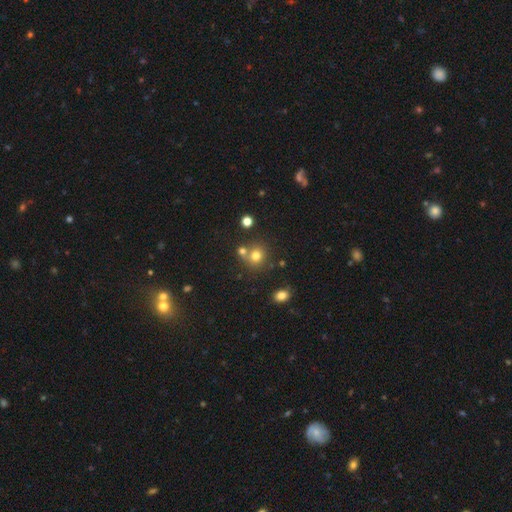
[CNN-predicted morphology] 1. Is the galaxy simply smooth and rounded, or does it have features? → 74% smooth, 16% star or artifact, 10% featured or disk.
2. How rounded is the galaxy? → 86% round, 13% in between, 1% cigar-shaped.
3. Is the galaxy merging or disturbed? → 60% none, 28% merger, 9% minor disturbance, 4% major disturbance.